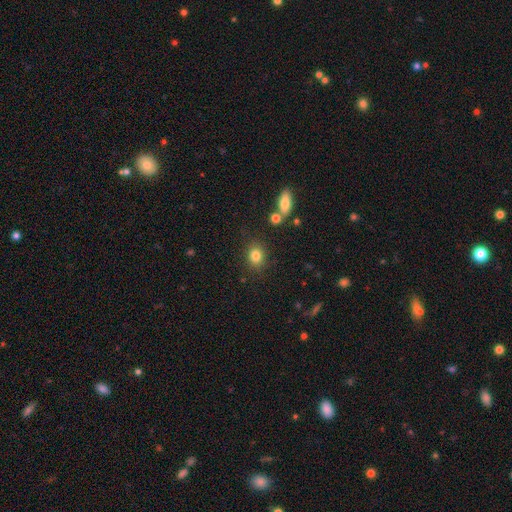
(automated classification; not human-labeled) Smooth or featured? smooth (83%)
How rounded? round (52%)
Merging? none (82%)